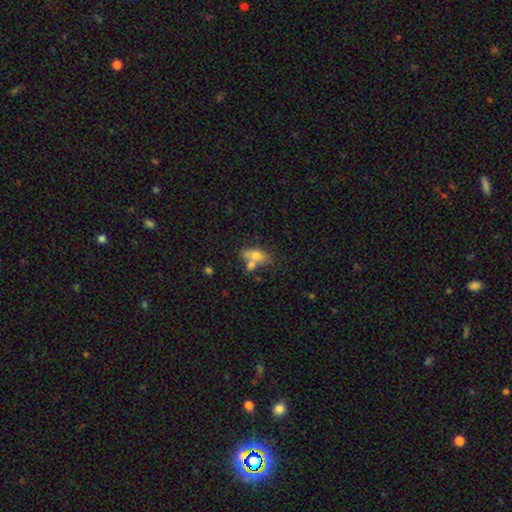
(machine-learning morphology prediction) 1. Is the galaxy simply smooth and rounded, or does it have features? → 67% smooth, 23% featured or disk, 10% star or artifact.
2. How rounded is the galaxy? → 76% in between, 15% cigar-shaped, 9% round.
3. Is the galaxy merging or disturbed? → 43% merger, 35% none, 14% minor disturbance, 8% major disturbance.